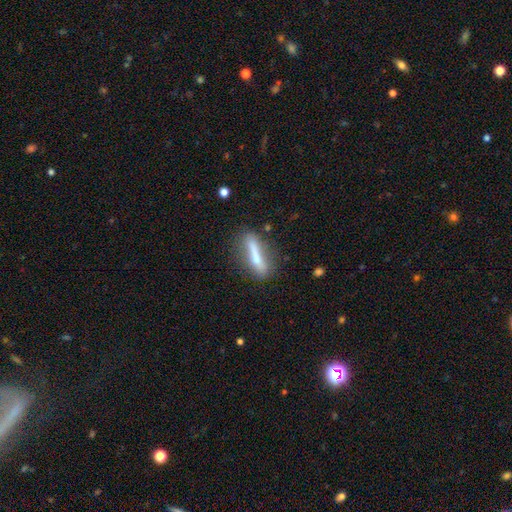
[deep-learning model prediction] Morphology: type=smooth (51%); roundness=cigar-shaped (77%); merging=none (71%).